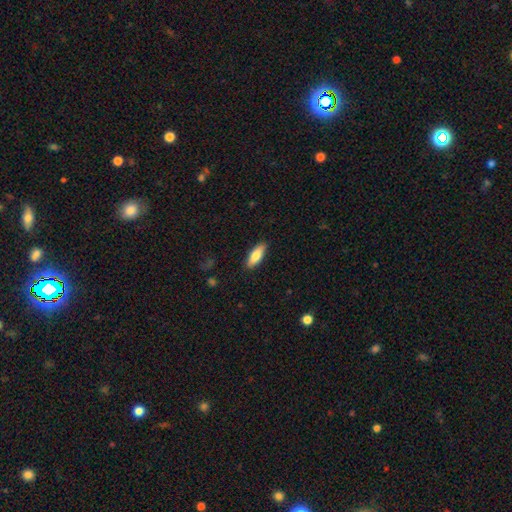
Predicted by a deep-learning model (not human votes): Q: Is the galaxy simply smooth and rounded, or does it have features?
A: smooth — 79%.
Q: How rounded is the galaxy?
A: in between — 66%.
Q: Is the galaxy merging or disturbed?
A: none — 89%.